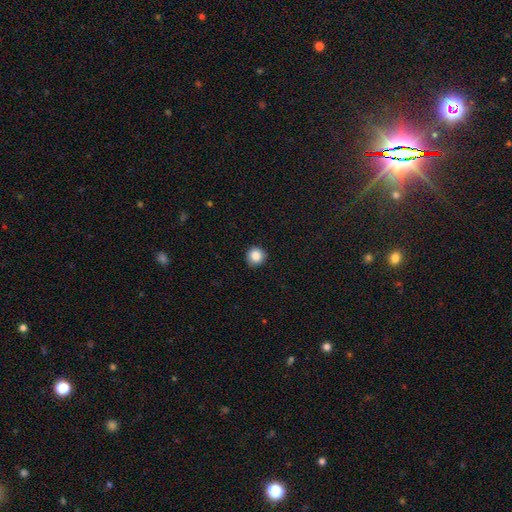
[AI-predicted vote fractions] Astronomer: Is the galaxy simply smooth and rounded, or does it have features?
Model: smooth — 87%.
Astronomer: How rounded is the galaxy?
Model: round — 94%.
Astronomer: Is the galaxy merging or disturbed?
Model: none — 90%.